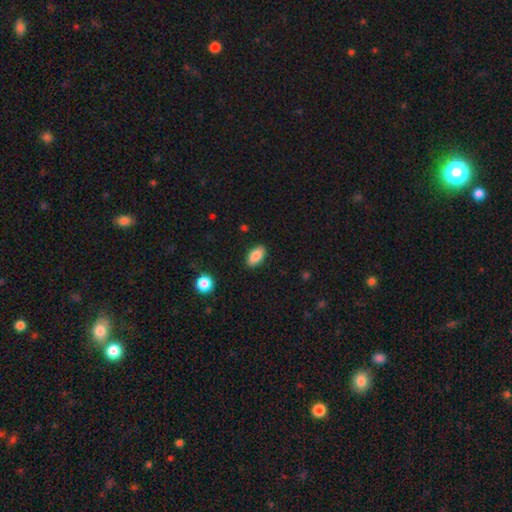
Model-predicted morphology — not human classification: smooth-or-featured: smooth: 86% | star or artifact: 7% | featured or disk: 7%
  how-rounded: in between: 93% | round: 4% | cigar-shaped: 3%
  merging: none: 88% | minor disturbance: 8% | major disturbance: 2% | merger: 1%